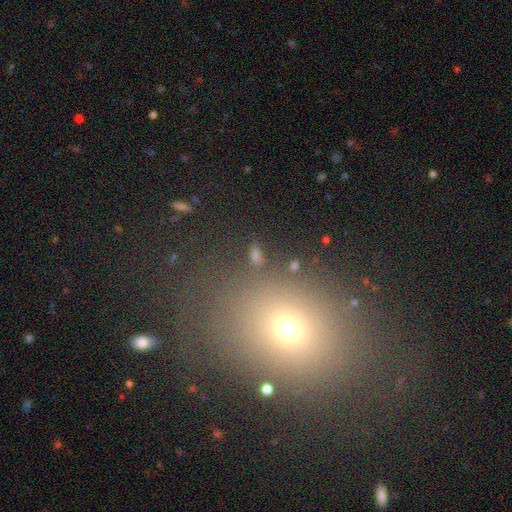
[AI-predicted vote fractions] Smooth or featured? smooth (56%)
How rounded? in between (50%)
Merging? none (76%)